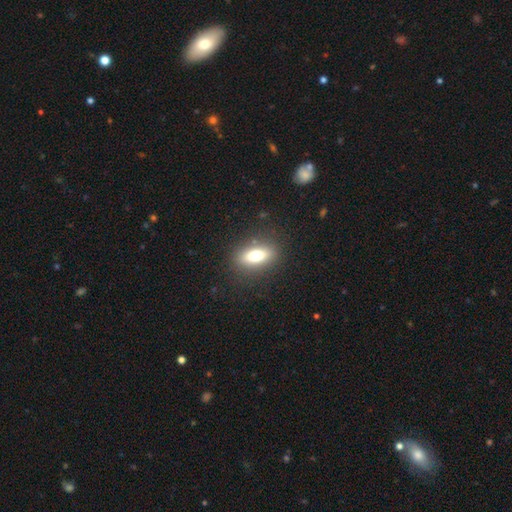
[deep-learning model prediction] This appears to be a smooth galaxy with no disk features (72%) that is in between round and cigar-shaped (75%). Merging: none (85%).